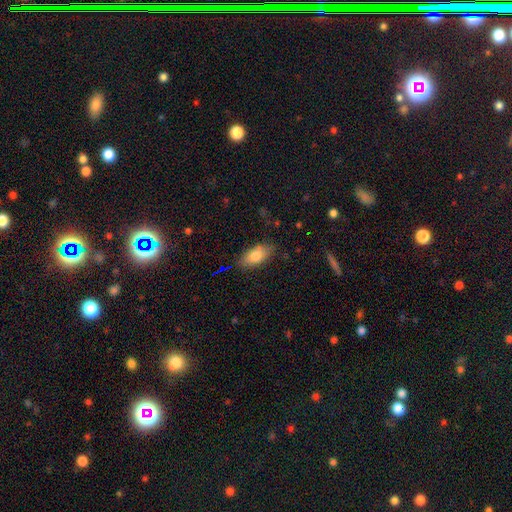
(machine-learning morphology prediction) Smooth or featured? Predicted: smooth (p=0.79). How rounded? Predicted: in between (p=0.89). Merging? Predicted: none (p=0.79).